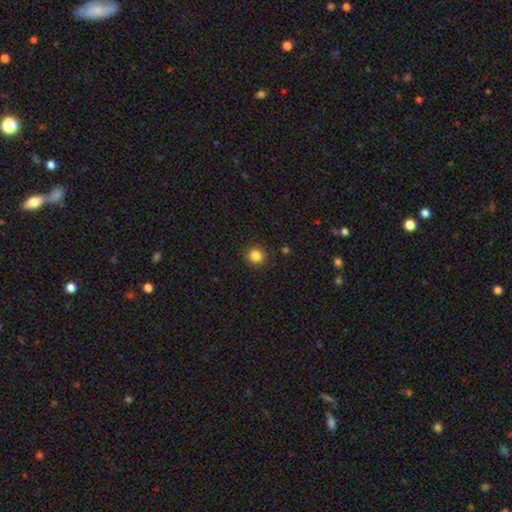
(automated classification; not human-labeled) Overall: smooth (84%). How rounded: round (92%). Merging: none (91%).